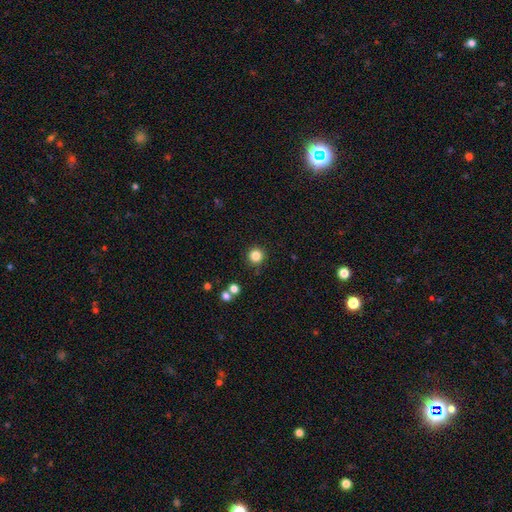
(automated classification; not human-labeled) A smooth galaxy with no disk features (84%) that is round (95%).

Vote fractions:
- Smooth or featured? smooth: 84% / star or artifact: 12% / featured or disk: 4%
- How rounded? round: 95% / in between: 4% / cigar-shaped: 1%
- Merging? none: 89% / minor disturbance: 6% / merger: 3% / major disturbance: 2%